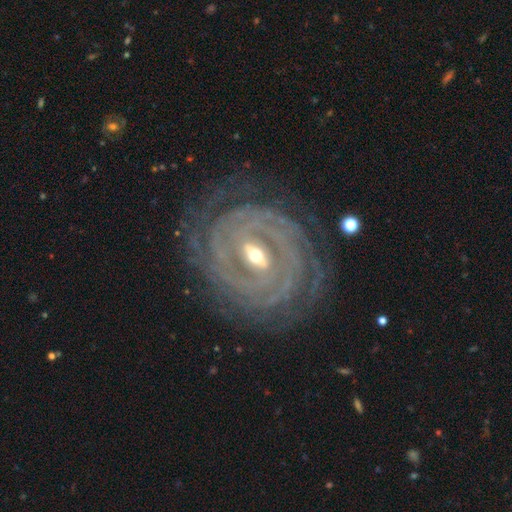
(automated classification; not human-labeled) A featured or disk galaxy (91%) with a weak bar (42%), tight (81%) spiral arms (97%) and a moderate central bulge (48%). Merging: none (76%).